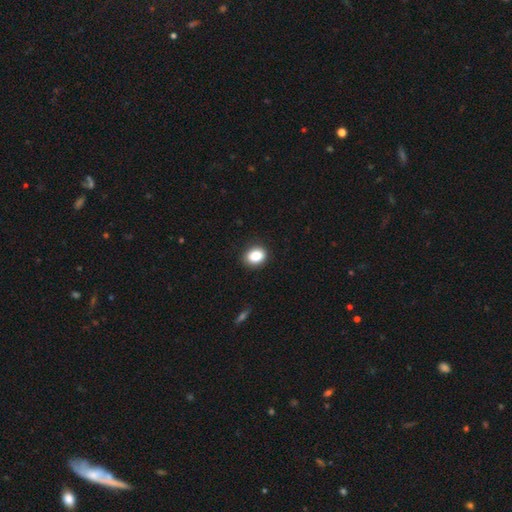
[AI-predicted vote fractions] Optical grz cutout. It shows a smooth galaxy with no disk features (85%) that is in between round and cigar-shaped (53%). Merging: none (88%).